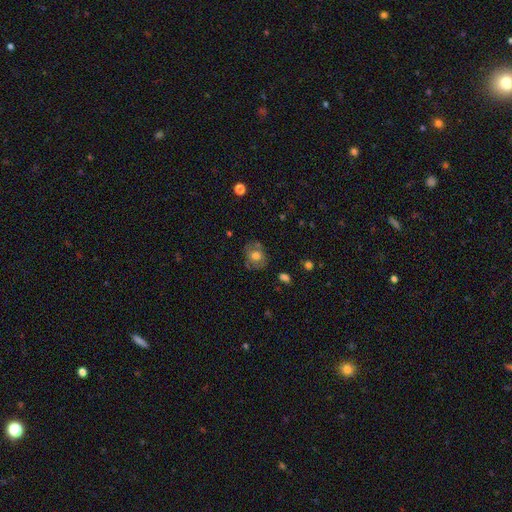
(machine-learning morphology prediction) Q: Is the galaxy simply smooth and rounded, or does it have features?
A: smooth — 61%.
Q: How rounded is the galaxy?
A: round — 67%.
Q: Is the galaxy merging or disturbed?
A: none — 71%.